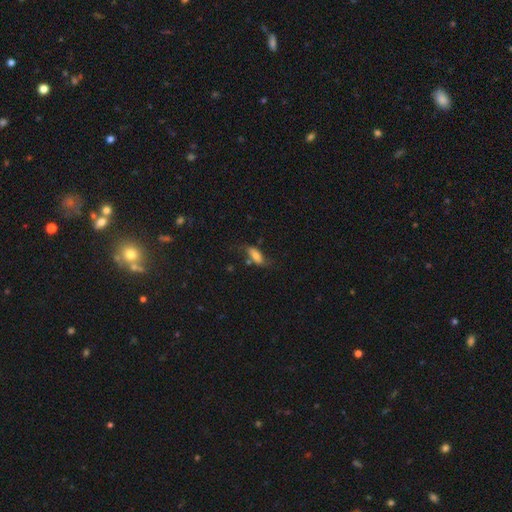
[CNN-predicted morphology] The model was most divided on "merging": none: 53%, minor disturbance: 26%, major disturbance: 14%, merger: 8%. More confident: how rounded — in between (77%); smooth or featured — smooth (65%).